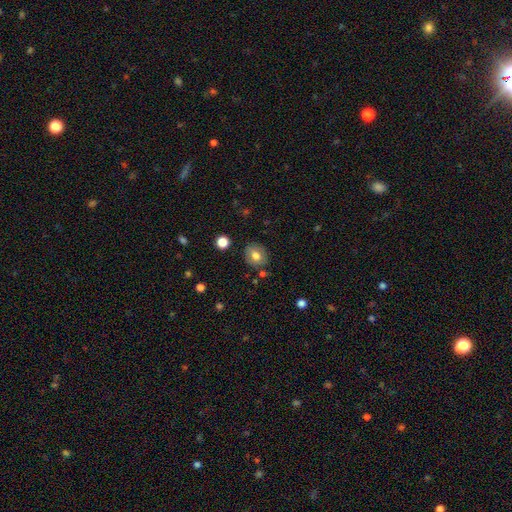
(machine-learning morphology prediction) Smooth or featured?
  - smooth: 72% *
  - featured or disk: 19%
  - star or artifact: 9%
How rounded?
  - round: 62% *
  - in between: 37%
  - cigar-shaped: 1%
Merging?
  - none: 81% *
  - minor disturbance: 12%
  - merger: 3%
  - major disturbance: 3%